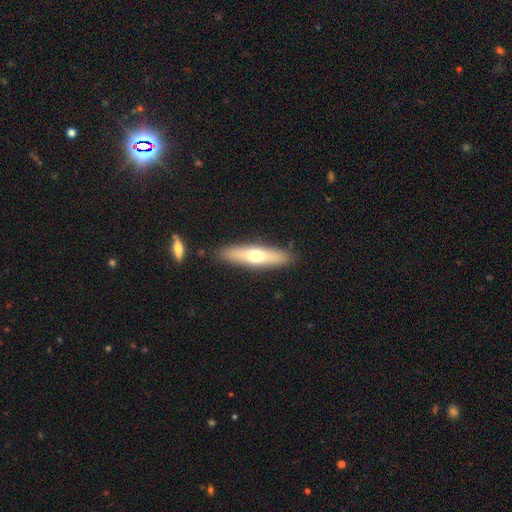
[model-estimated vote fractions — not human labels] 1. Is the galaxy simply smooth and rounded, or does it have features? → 56% smooth, 38% featured or disk, 6% star or artifact.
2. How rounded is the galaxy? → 73% cigar-shaped, 25% in between, 2% round.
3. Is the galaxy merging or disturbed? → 87% none, 8% minor disturbance, 2% merger, 2% major disturbance.